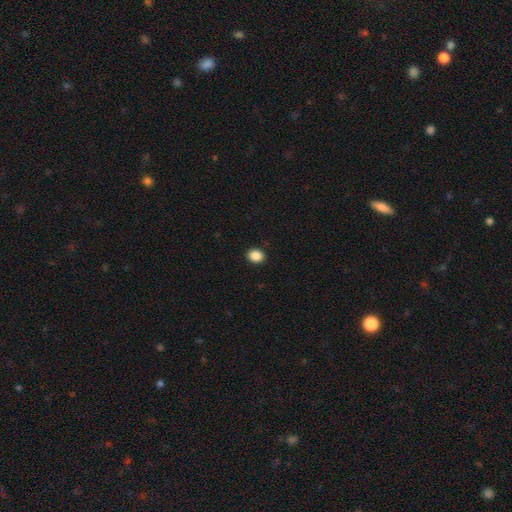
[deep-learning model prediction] Smooth or featured? smooth (88%)
How rounded? round (64%)
Merging? none (92%)